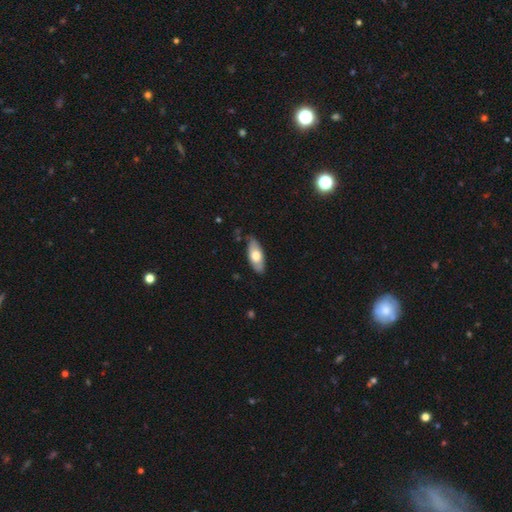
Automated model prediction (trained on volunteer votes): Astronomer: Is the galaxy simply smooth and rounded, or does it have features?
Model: smooth — 64%.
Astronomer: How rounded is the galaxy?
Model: in between — 83%.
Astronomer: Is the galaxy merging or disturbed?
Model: none — 79%.